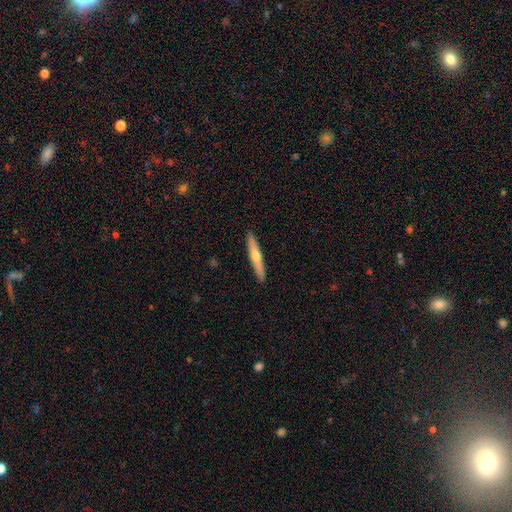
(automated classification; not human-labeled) Overall: featured or disk (48%; smooth 47%). Merging: none (92%).